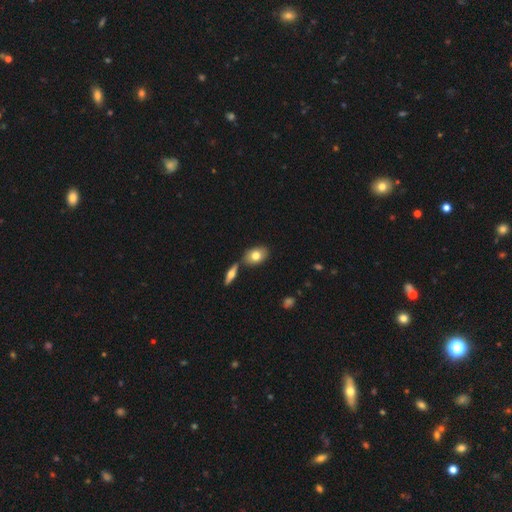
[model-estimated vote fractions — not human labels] Smooth or featured?
  - smooth: 75% *
  - featured or disk: 19%
  - star or artifact: 7%
How rounded?
  - in between: 82% *
  - round: 15%
  - cigar-shaped: 3%
Merging?
  - none: 69% *
  - merger: 17%
  - minor disturbance: 12%
  - major disturbance: 3%